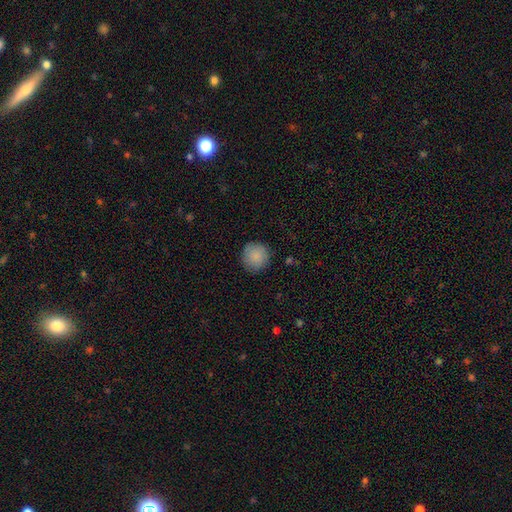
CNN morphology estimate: The model was most divided on "merging": none: 86%, minor disturbance: 11%, major disturbance: 3%, merger: 1%. More confident: how rounded — round (92%); smooth or featured — smooth (86%).